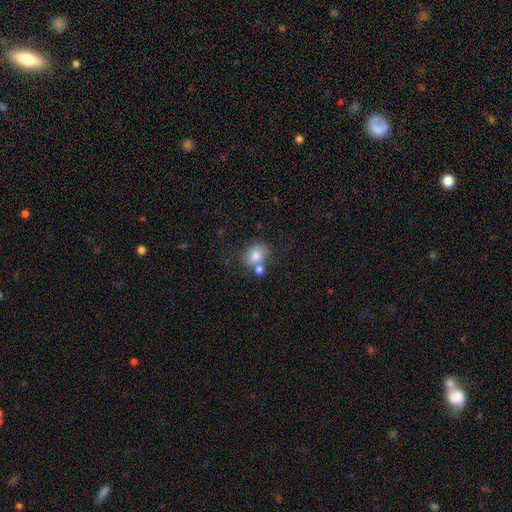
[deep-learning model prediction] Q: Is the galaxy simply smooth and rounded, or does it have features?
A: smooth — 79%.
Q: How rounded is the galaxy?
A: round — 68%.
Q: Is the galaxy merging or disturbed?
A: none — 53%.